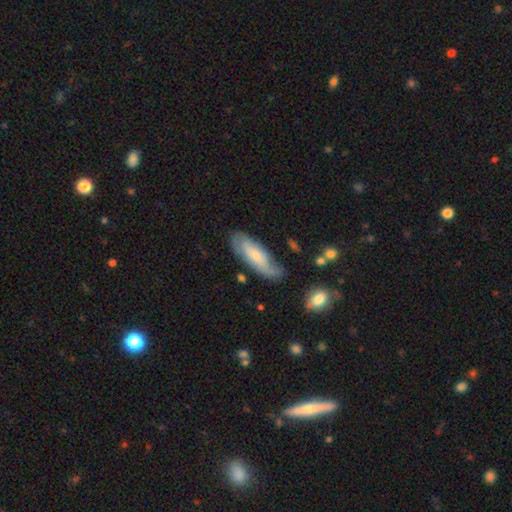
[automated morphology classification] Smooth or featured?
  - smooth: 53% *
  - featured or disk: 41%
  - star or artifact: 6%
How rounded?
  - in between: 62% *
  - cigar-shaped: 36%
  - round: 2%
Merging?
  - none: 67% *
  - minor disturbance: 23%
  - major disturbance: 7%
  - merger: 3%